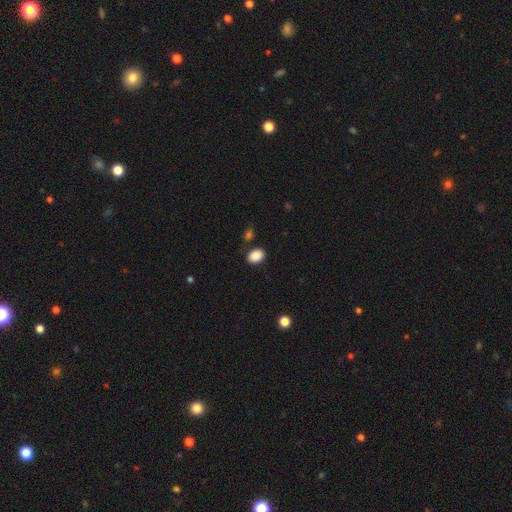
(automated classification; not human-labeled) Smooth or featured: smooth — 89% (star or artifact — 8%)
How rounded: in between — 72% (round — 27%)
Merging: none — 83% (minor disturbance — 10%)